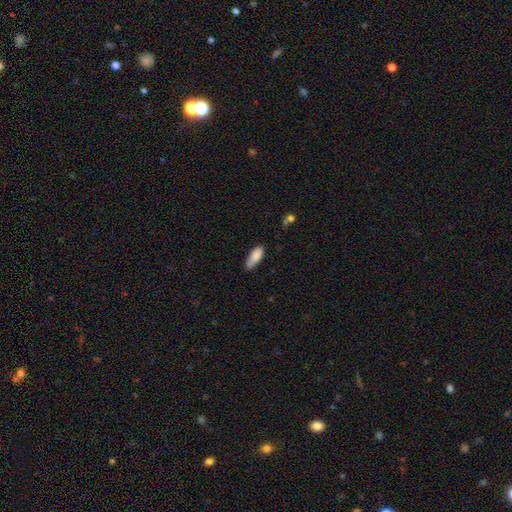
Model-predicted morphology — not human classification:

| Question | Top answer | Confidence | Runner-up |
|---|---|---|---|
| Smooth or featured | smooth | 86% | featured or disk (7%) |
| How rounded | in between | 74% | cigar-shaped (24%) |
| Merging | none | 54% | minor disturbance (37%) |